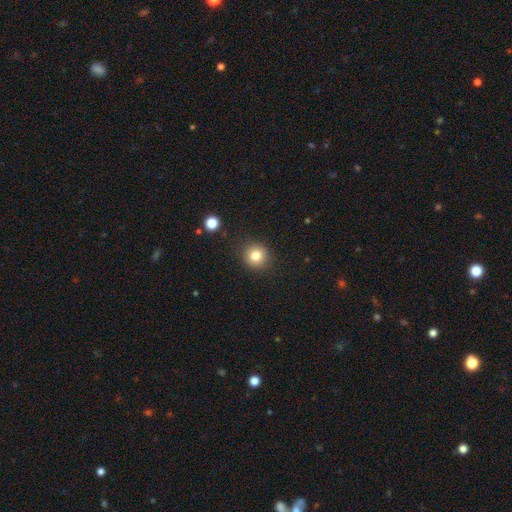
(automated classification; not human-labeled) Smooth or featured? smooth (81%)
How rounded? round (91%)
Merging? none (89%)